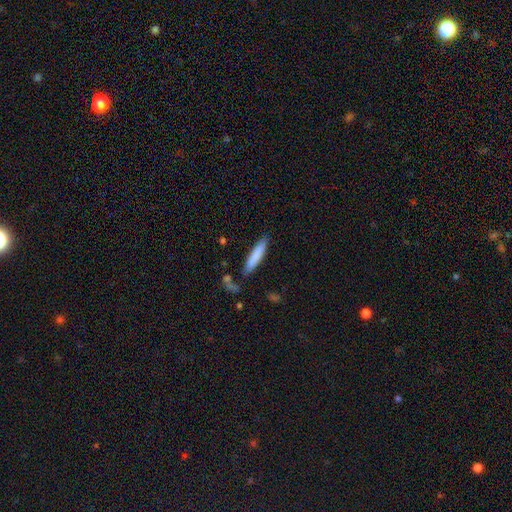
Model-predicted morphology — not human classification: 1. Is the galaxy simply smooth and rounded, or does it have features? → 81% smooth, 13% featured or disk, 6% star or artifact.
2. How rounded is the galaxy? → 88% cigar-shaped, 11% in between, 1% round.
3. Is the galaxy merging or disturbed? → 82% none, 11% minor disturbance, 4% merger, 3% major disturbance.